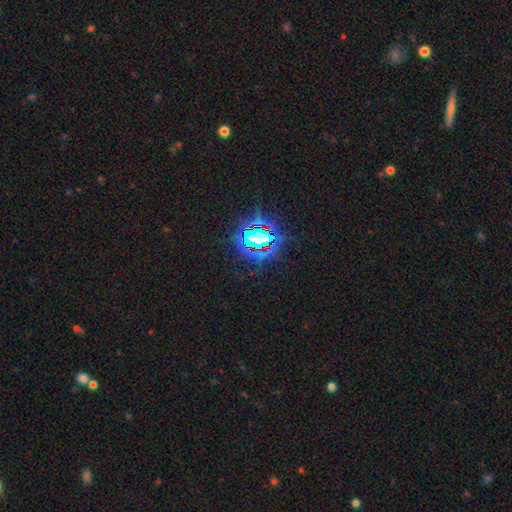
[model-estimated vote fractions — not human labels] A star or artifact, not a galaxy (83%).